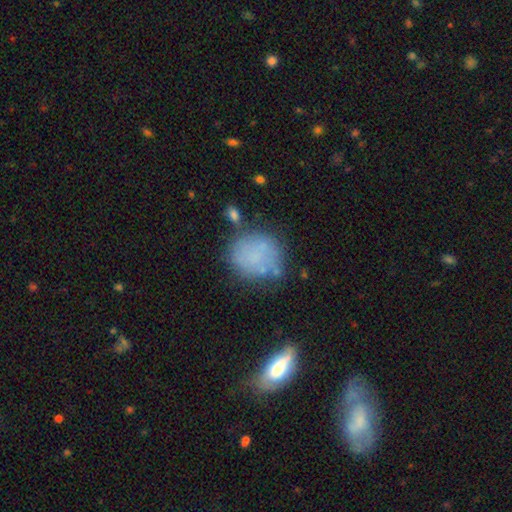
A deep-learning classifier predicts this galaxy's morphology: This appears to be a smooth galaxy with no disk features (67%) that is round (81%). Merging: none (57%).